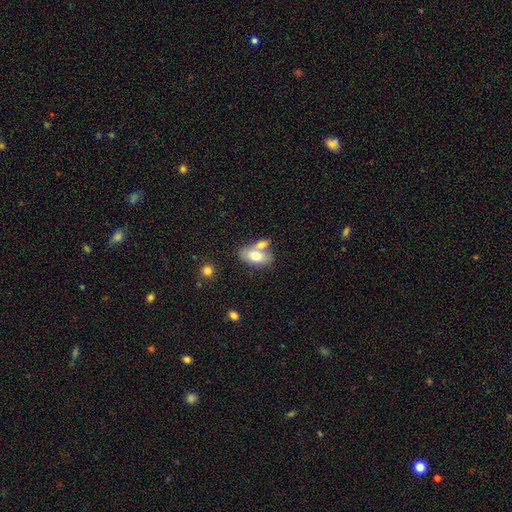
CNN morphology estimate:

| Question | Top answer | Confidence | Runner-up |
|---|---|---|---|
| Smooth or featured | smooth | 74% | featured or disk (20%) |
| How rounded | in between | 90% | round (6%) |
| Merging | merger | 44% | none (40%) |